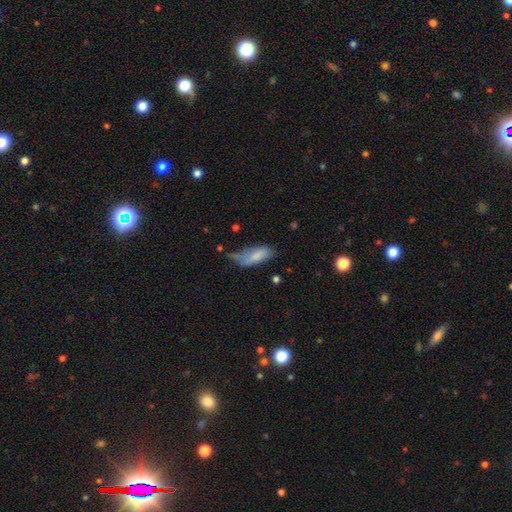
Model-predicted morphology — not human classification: Smooth or featured?
  - smooth: 78% *
  - featured or disk: 15%
  - star or artifact: 7%
How rounded?
  - in between: 78% *
  - cigar-shaped: 20%
  - round: 2%
Merging?
  - minor disturbance: 40% *
  - none: 33%
  - major disturbance: 21%
  - merger: 6%